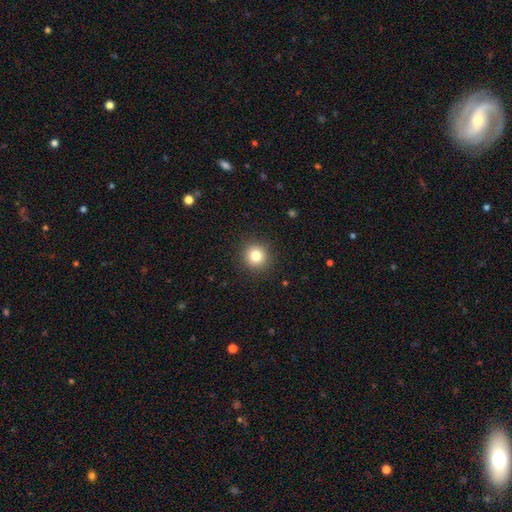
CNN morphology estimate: Smooth or featured: smooth — 82% (star or artifact — 11%)
How rounded: round — 93% (in between — 6%)
Merging: none — 91% (minor disturbance — 6%)